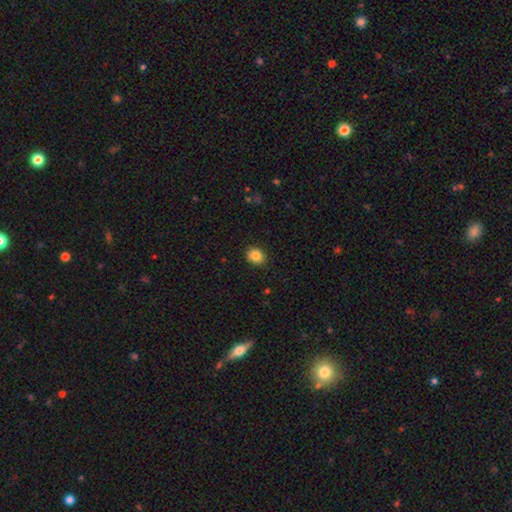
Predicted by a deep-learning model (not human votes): Smooth or featured?
  - smooth: 85% *
  - star or artifact: 9%
  - featured or disk: 6%
How rounded?
  - round: 61% *
  - in between: 38%
  - cigar-shaped: 1%
Merging?
  - none: 89% *
  - minor disturbance: 8%
  - major disturbance: 2%
  - merger: 1%